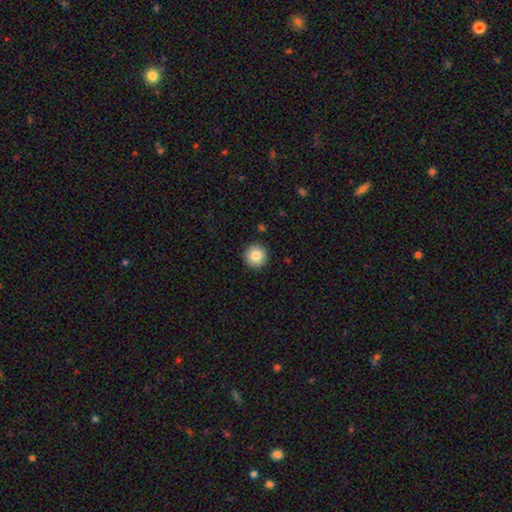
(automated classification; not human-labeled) Q: Smooth or featured?
A: smooth (84%); runner-up: star or artifact (9%)
Q: How rounded?
A: round (95%); runner-up: in between (4%)
Q: Merging?
A: none (92%); runner-up: minor disturbance (5%)